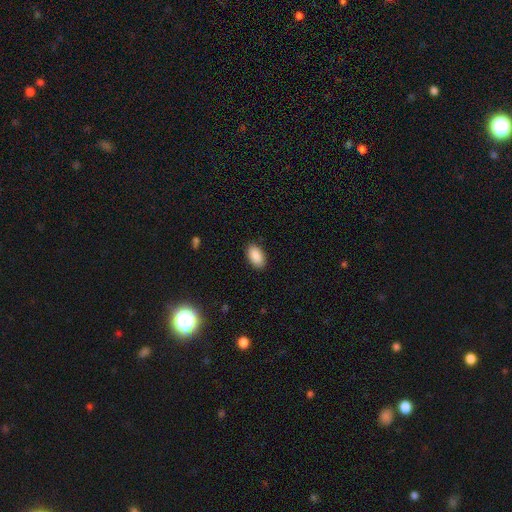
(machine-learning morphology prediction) Q: Smooth or featured?
A: smooth (90%); runner-up: star or artifact (7%)
Q: How rounded?
A: in between (95%); runner-up: round (4%)
Q: Merging?
A: none (89%); runner-up: minor disturbance (8%)